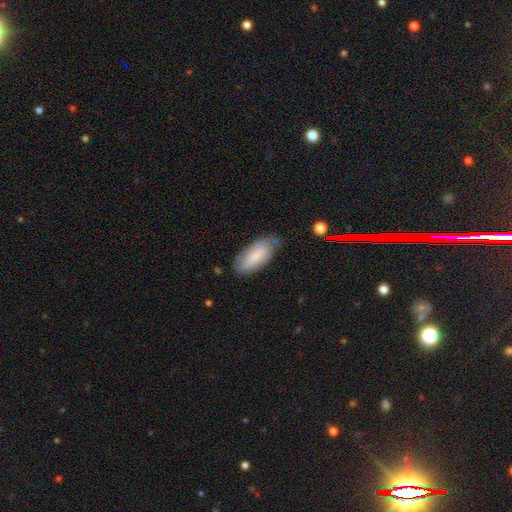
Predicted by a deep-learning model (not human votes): Smooth or featured: smooth — 73% (featured or disk — 20%)
How rounded: in between — 85% (cigar-shaped — 13%)
Merging: none — 70% (minor disturbance — 23%)